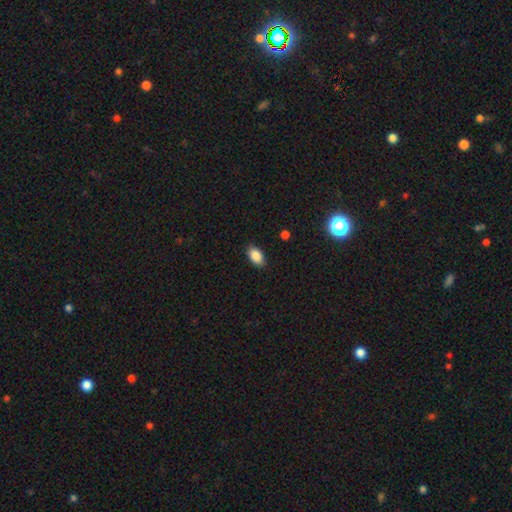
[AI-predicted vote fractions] Smooth or featured? Predicted: smooth (p=0.87). How rounded? Predicted: in between (p=0.92). Merging? Predicted: none (p=0.86).